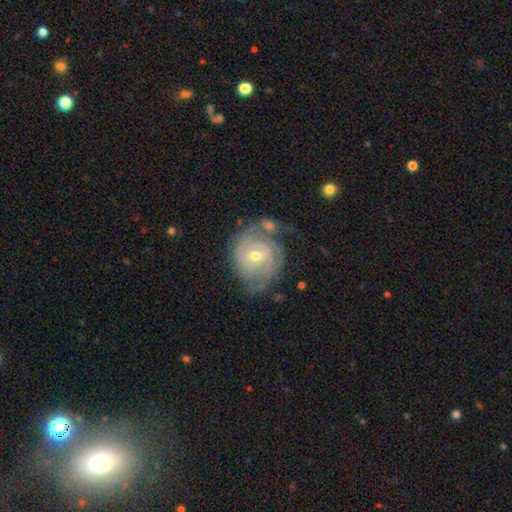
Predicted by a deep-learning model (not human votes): Smooth or featured?
  - featured or disk: 88% *
  - smooth: 7%
  - star or artifact: 5%
Edge-on disk?
  - no: 98% *
  - yes: 2%
Bar?
  - weak: 48% *
  - no: 41%
  - strong: 11%
Spiral arms?
  - yes: 97% *
  - no: 3%
Spiral winding?
  - tight: 72% *
  - medium: 23%
  - loose: 5%
Spiral arm count?
  - 2: 38% *
  - 3: 24%
  - can't tell: 21%
  - 4: 8%
  - 1: 4%
  - more than 4: 4%
Bulge size?
  - moderate: 52% *
  - small: 45%
  - large: 1%
  - none: 1%
  - dominant: 1%
Merging?
  - none: 61% *
  - minor disturbance: 20%
  - major disturbance: 10%
  - merger: 9%